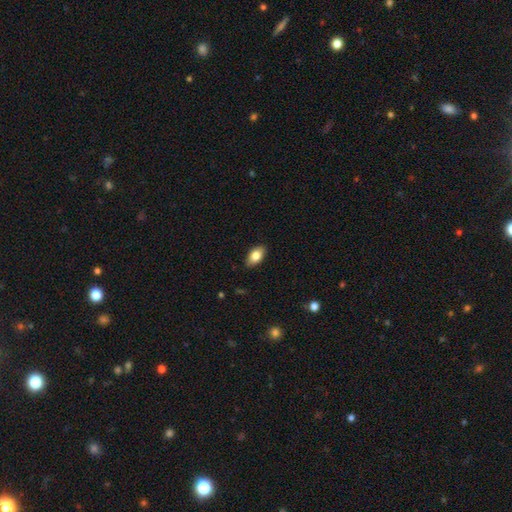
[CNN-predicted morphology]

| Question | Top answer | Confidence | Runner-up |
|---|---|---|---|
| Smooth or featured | smooth | 81% | featured or disk (12%) |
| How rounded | in between | 92% | round (5%) |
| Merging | none | 88% | minor disturbance (10%) |